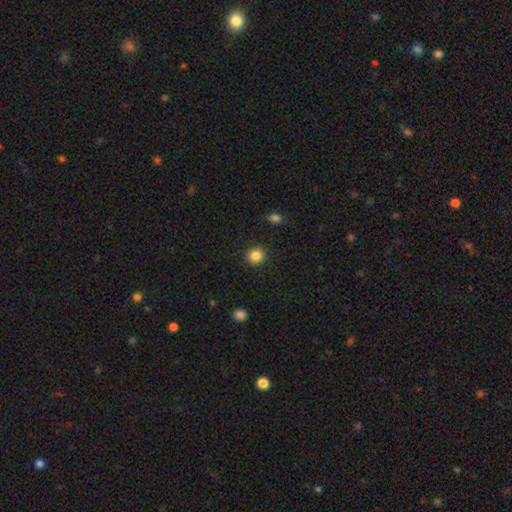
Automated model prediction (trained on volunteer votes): Q: Smooth or featured?
A: smooth (86%); runner-up: star or artifact (10%)
Q: How rounded?
A: round (89%); runner-up: in between (10%)
Q: Merging?
A: none (91%); runner-up: minor disturbance (6%)